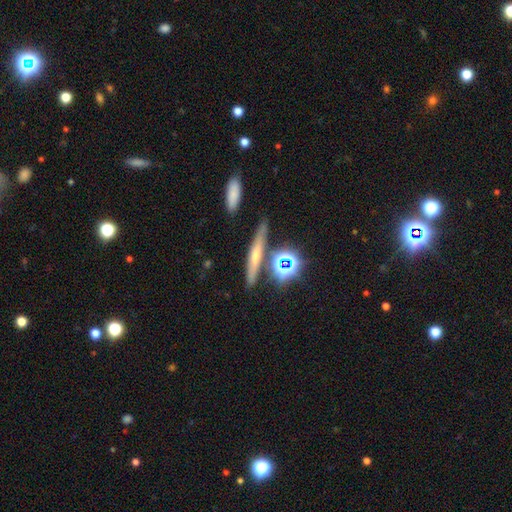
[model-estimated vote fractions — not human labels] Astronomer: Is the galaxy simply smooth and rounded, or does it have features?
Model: featured or disk — 39% (runner-up: smooth, 37%).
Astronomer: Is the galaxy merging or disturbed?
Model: none — 80%.